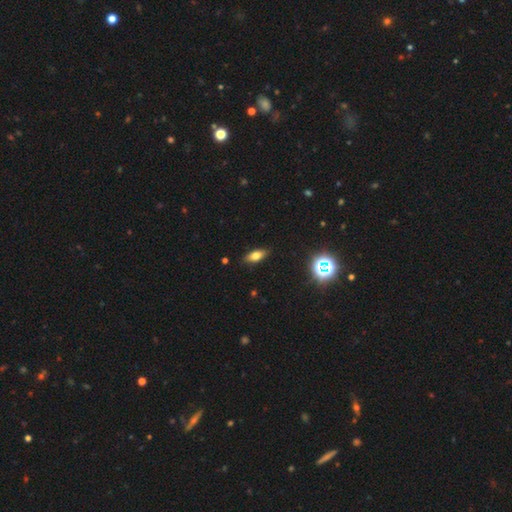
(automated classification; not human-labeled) smooth_or_featured: smooth (p=0.69) [alt: featured or disk p=0.18]
how_rounded: in between (p=0.79) [alt: cigar-shaped p=0.16]
merging: none (p=0.87) [alt: minor disturbance p=0.10]